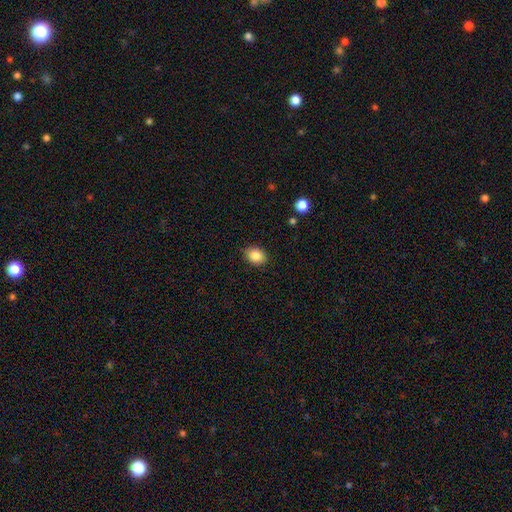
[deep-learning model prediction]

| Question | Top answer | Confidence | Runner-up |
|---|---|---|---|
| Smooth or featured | smooth | 86% | star or artifact (9%) |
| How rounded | in between | 60% | round (39%) |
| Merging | none | 87% | minor disturbance (9%) |